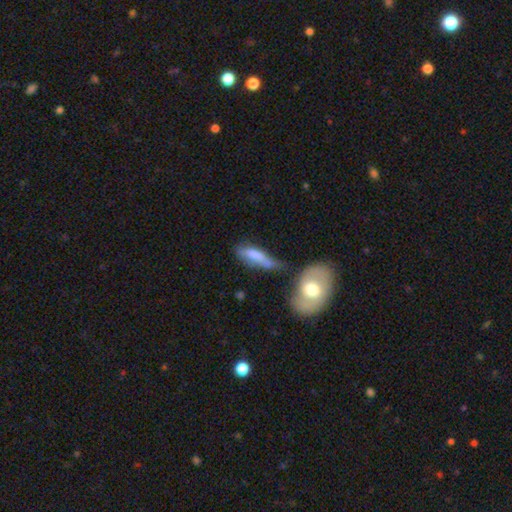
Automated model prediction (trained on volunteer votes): smooth-or-featured: smooth: 67% | featured or disk: 26% | star or artifact: 7%
  how-rounded: in between: 50% | cigar-shaped: 47% | round: 3%
  merging: merger: 33% | none: 29% | minor disturbance: 22% | major disturbance: 16%